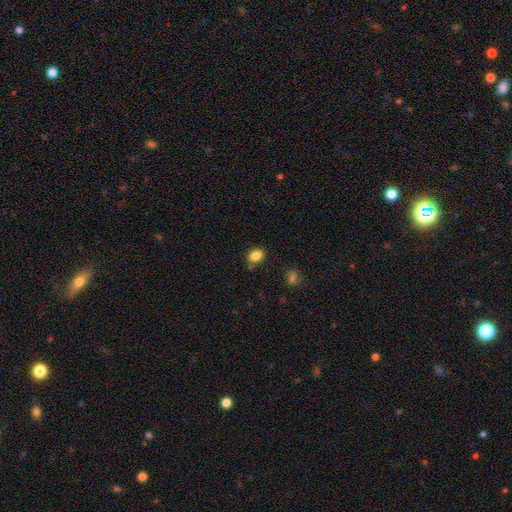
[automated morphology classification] A smooth galaxy with no disk features (85%) that is in between round and cigar-shaped (64%). Merging: none (77%).